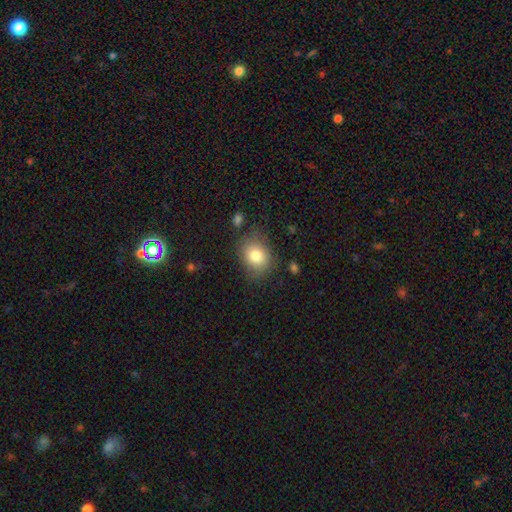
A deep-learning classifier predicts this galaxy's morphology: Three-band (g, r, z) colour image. It shows a smooth galaxy with no disk features (82%) that is in between round and cigar-shaped (50%). Merging: none (74%).